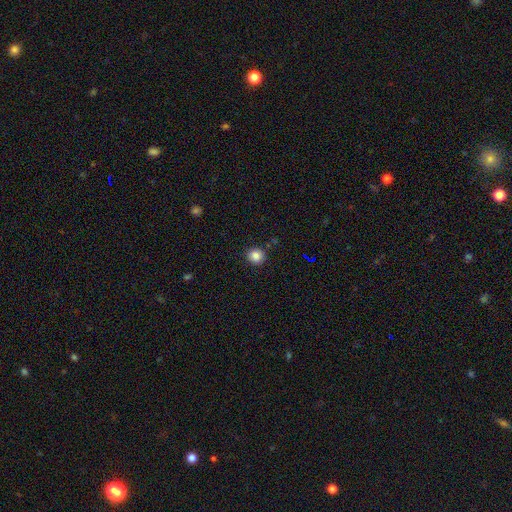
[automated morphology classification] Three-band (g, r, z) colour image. It shows a smooth galaxy with no disk features (84%) that is round (91%). Merging: none (89%).